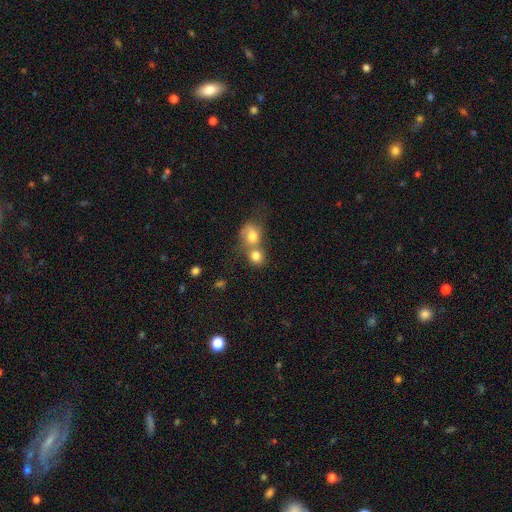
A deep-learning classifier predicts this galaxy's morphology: Smooth or featured?
  - smooth: 77% *
  - featured or disk: 13%
  - star or artifact: 10%
How rounded?
  - round: 74% *
  - in between: 25%
  - cigar-shaped: 1%
Merging?
  - merger: 60% *
  - none: 29%
  - minor disturbance: 7%
  - major disturbance: 4%